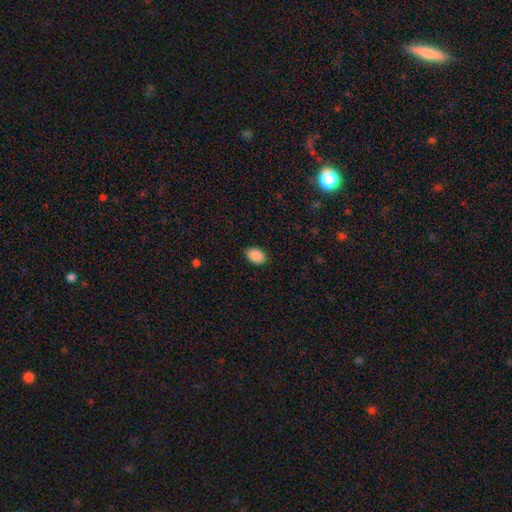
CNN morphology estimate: This is clearly a smooth galaxy (90%). How rounded: clearly in between (83%). Merging: clearly none (89%).